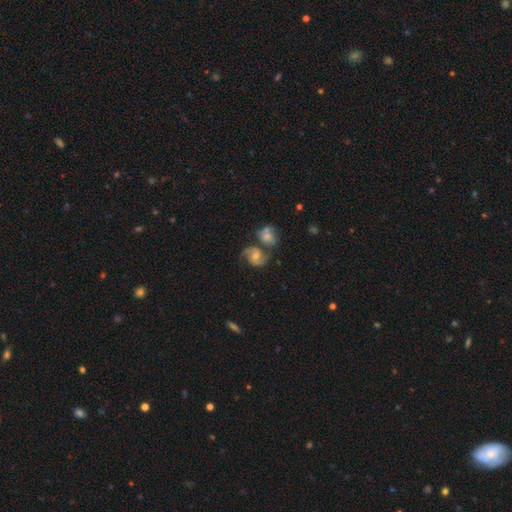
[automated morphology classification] Smooth or featured?
  - featured or disk: 83% *
  - smooth: 9%
  - star or artifact: 8%
Edge-on disk?
  - no: 98% *
  - yes: 2%
Bar?
  - no: 55% *
  - weak: 37%
  - strong: 8%
Spiral arms?
  - yes: 97% *
  - no: 3%
Spiral winding?
  - medium: 59% *
  - tight: 25%
  - loose: 16%
Spiral arm count?
  - 2: 90% *
  - can't tell: 3%
  - 3: 3%
  - 1: 2%
  - 4: 1%
  - more than 4: 1%
Bulge size?
  - moderate: 59% *
  - small: 28%
  - large: 7%
  - none: 4%
  - dominant: 2%
Merging?
  - none: 52% *
  - merger: 31%
  - minor disturbance: 11%
  - major disturbance: 6%